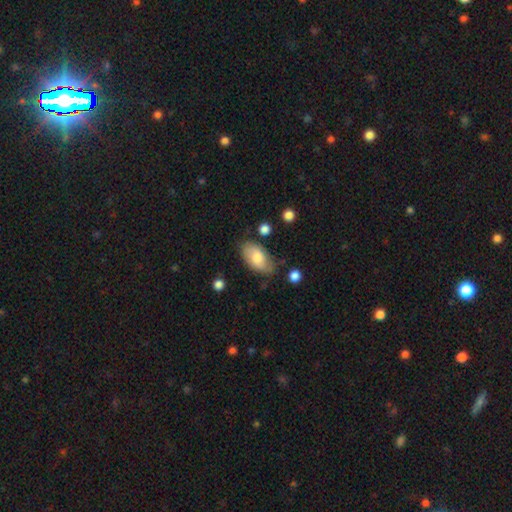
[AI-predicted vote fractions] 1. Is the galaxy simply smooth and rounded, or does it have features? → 71% smooth, 23% featured or disk, 7% star or artifact.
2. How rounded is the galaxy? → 93% in between, 4% round, 3% cigar-shaped.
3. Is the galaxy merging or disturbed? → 70% none, 22% minor disturbance, 5% major disturbance, 3% merger.